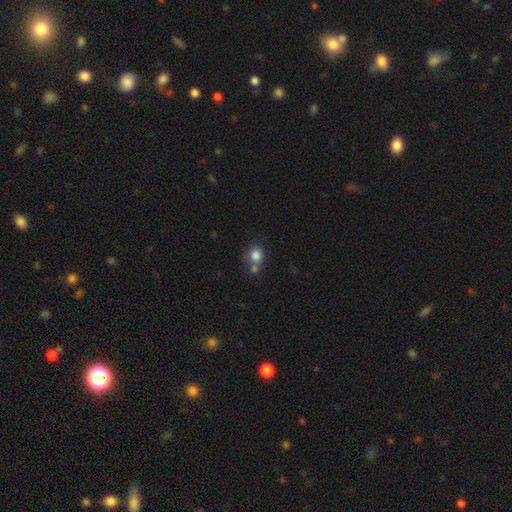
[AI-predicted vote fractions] Smooth or featured?
  - smooth: 83% *
  - star or artifact: 10%
  - featured or disk: 7%
How rounded?
  - round: 79% *
  - in between: 20%
  - cigar-shaped: 1%
Merging?
  - none: 52% *
  - merger: 30%
  - minor disturbance: 13%
  - major disturbance: 5%